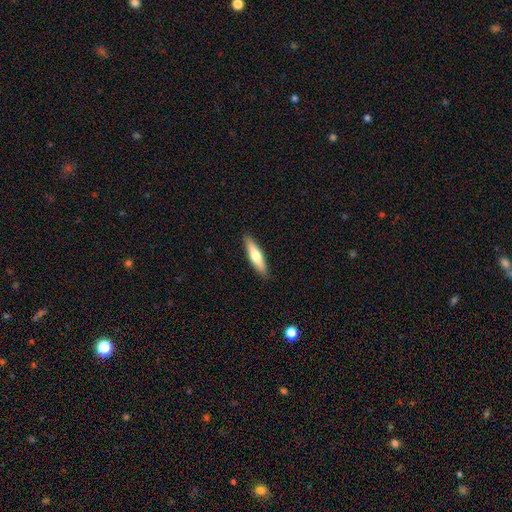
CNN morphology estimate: A smooth galaxy with no disk features (59%) that is cigar-shaped (77%). Merging: none (90%).